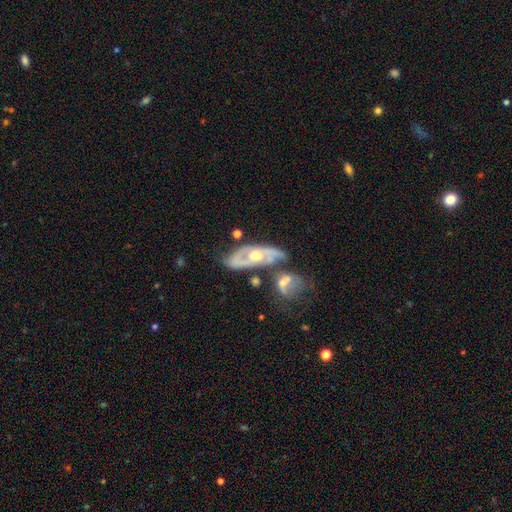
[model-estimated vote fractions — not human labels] Smooth or featured?
  - featured or disk: 79% *
  - smooth: 15%
  - star or artifact: 6%
Edge-on disk?
  - no: 87% *
  - yes: 13%
Bar?
  - no: 67% *
  - weak: 23%
  - strong: 9%
Spiral arms?
  - yes: 73% *
  - no: 27%
Bulge size?
  - moderate: 74% *
  - small: 16%
  - large: 8%
  - none: 2%
  - dominant: 1%
Merging?
  - none: 46% *
  - merger: 26%
  - minor disturbance: 18%
  - major disturbance: 10%